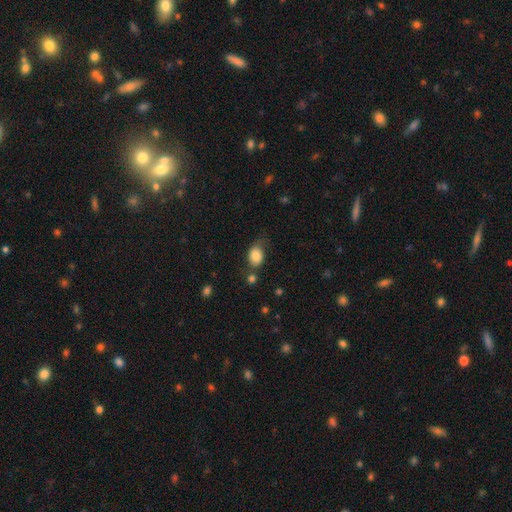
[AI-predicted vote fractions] This appears to be a smooth galaxy with no disk features (82%) that is in between round and cigar-shaped (71%). Merging: none (49%).